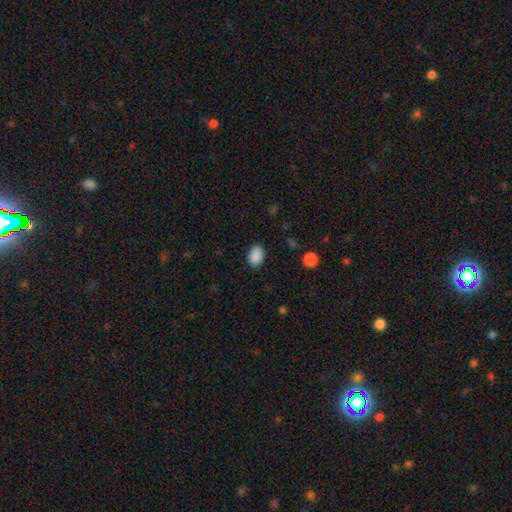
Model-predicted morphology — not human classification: type=smooth (89%); roundness=in between (78%); merging=none (85%).